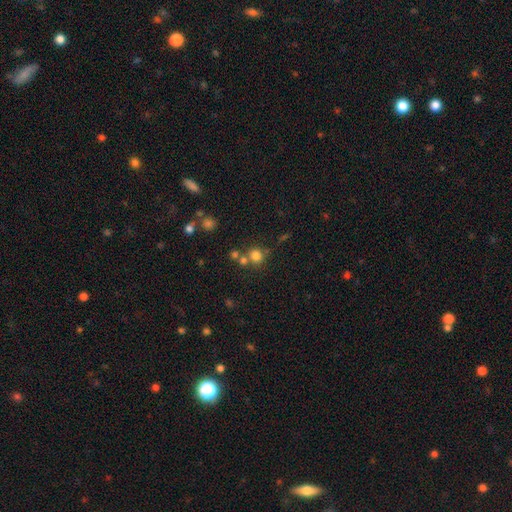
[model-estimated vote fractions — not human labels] Morphology: type=smooth (76%); roundness=round (89%); merging=none (62%).